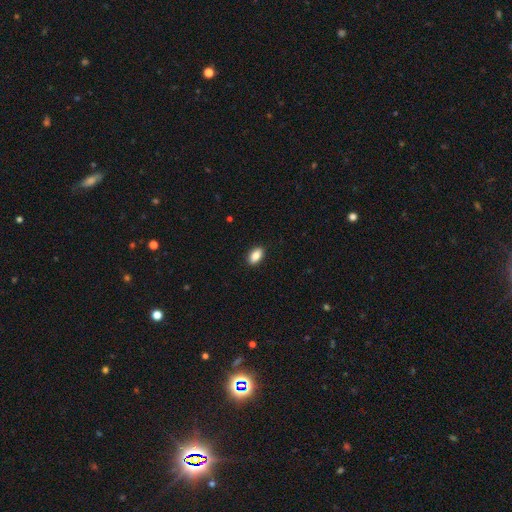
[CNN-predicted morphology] This appears to be a smooth galaxy with no disk features (86%) that is in between round and cigar-shaped (91%). Merging: none (90%).